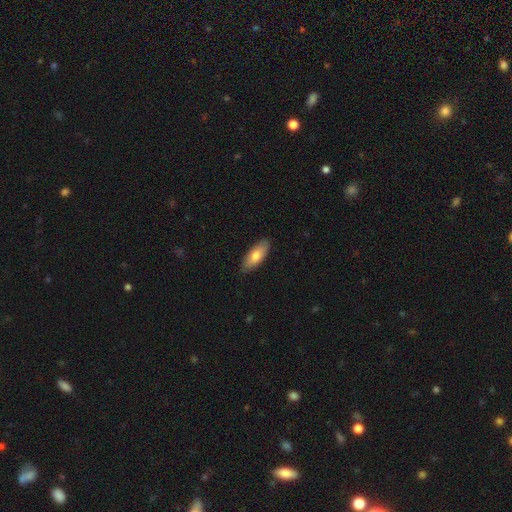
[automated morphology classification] smooth_or_featured: smooth (p=0.76) [alt: featured or disk p=0.19]
how_rounded: in between (p=0.77) [alt: cigar-shaped p=0.21]
merging: none (p=0.88) [alt: minor disturbance p=0.10]